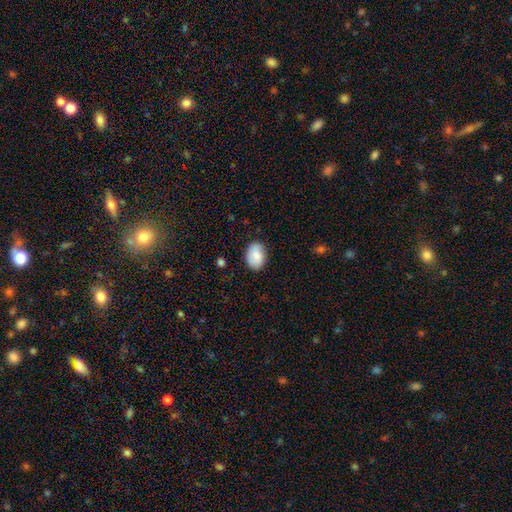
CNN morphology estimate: smooth_or_featured: smooth (p=0.81) [alt: featured or disk p=0.12]
how_rounded: in between (p=0.82) [alt: round p=0.17]
merging: none (p=0.78) [alt: minor disturbance p=0.18]